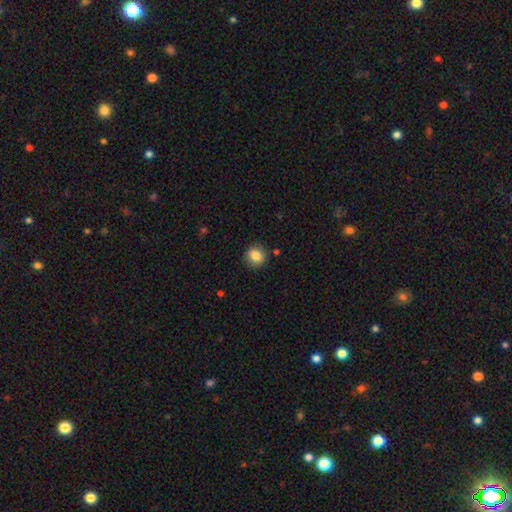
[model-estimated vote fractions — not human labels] A smooth galaxy with no disk features (85%) that is round (83%). Merging: none (87%).